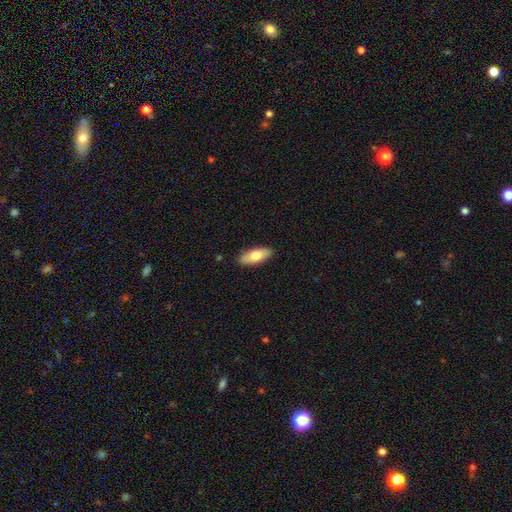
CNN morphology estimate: Smooth or featured? smooth (74%)
How rounded? in between (81%)
Merging? none (89%)